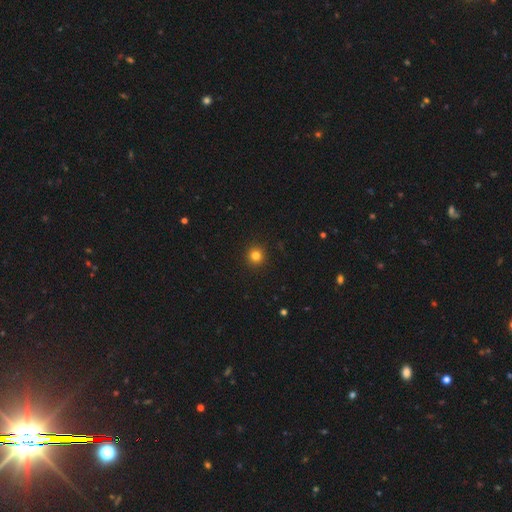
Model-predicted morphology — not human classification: type=smooth (81%); roundness=round (95%); merging=none (93%).